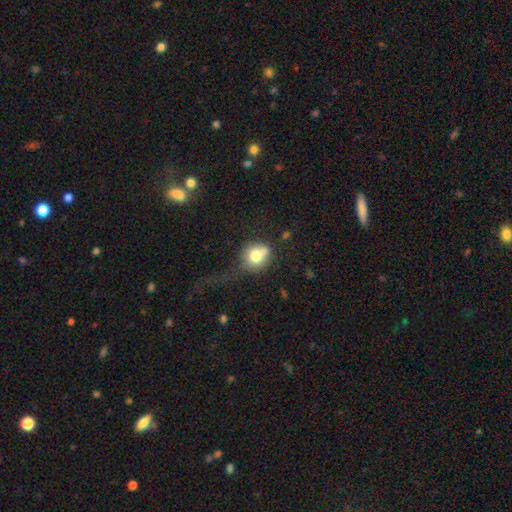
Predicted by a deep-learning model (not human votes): Smooth or featured?
  - smooth: 72% *
  - featured or disk: 17%
  - star or artifact: 11%
How rounded?
  - round: 80% *
  - in between: 19%
  - cigar-shaped: 1%
Merging?
  - none: 40% *
  - major disturbance: 21%
  - minor disturbance: 21%
  - merger: 17%